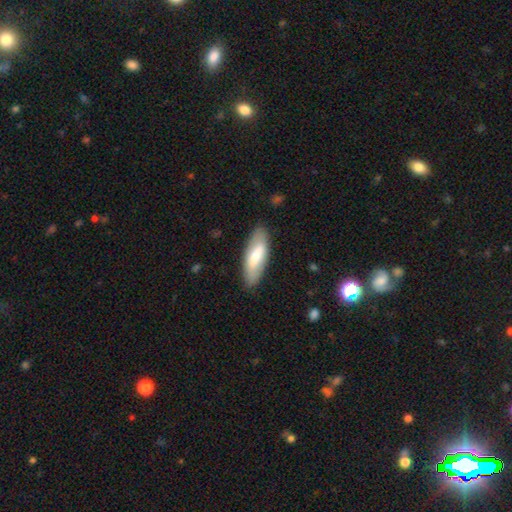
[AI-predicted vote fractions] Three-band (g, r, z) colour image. It shows a smooth galaxy with no disk features (65%) that is in between round and cigar-shaped (65%). Merging: none (84%).